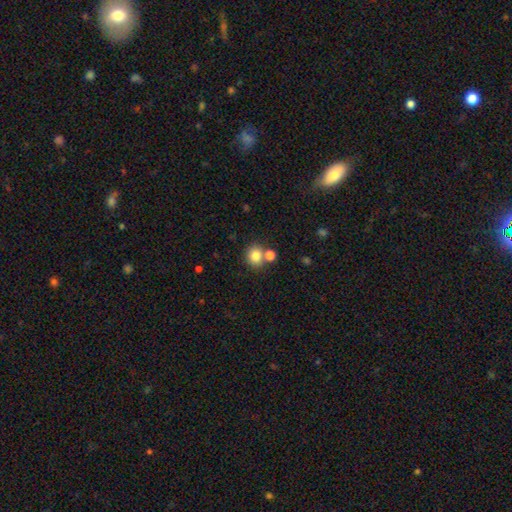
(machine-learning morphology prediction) The model was most divided on "merging": none: 63%, merger: 25%, minor disturbance: 9%, major disturbance: 3%. More confident: how rounded — round (82%); smooth or featured — smooth (81%).